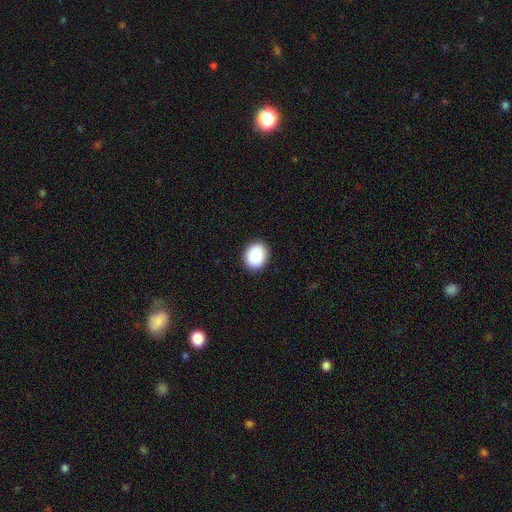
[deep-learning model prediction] Q: Smooth or featured?
A: smooth (89%); runner-up: star or artifact (8%)
Q: How rounded?
A: round (53%); runner-up: in between (46%)
Q: Merging?
A: none (90%); runner-up: minor disturbance (7%)